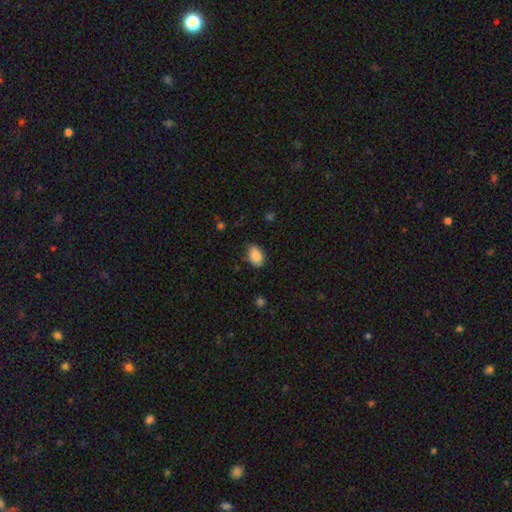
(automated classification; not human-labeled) Morphology: type=smooth (88%); roundness=in between (90%); merging=none (81%).